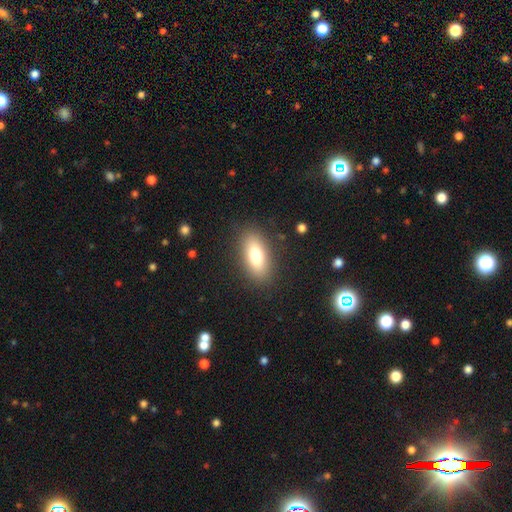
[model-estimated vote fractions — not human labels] Overall: smooth (75%). How rounded: in between (84%). Merging: none (86%).